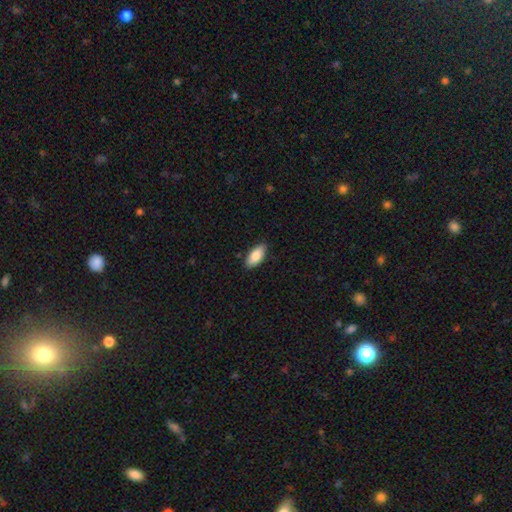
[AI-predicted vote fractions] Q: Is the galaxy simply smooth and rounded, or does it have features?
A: smooth — 86%.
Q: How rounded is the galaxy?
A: in between — 89%.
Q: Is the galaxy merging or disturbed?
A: none — 86%.